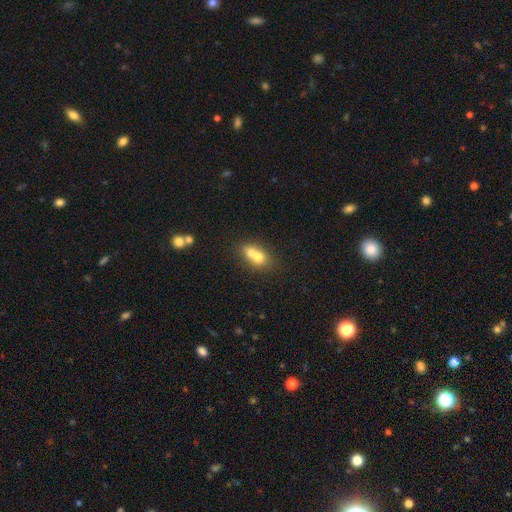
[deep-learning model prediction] Smooth or featured? Predicted: smooth (p=0.66). How rounded? Predicted: round (p=0.56). Merging? Predicted: merger (p=0.67).